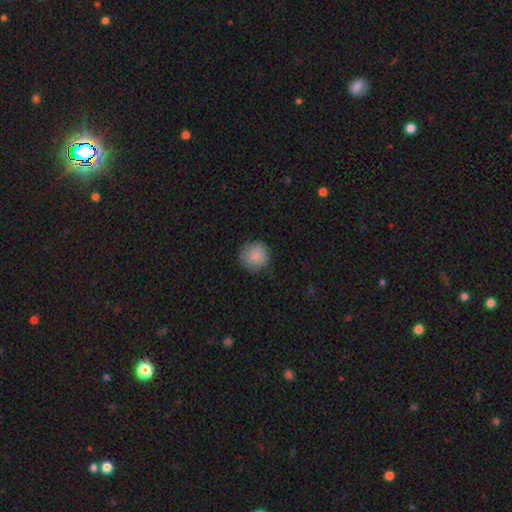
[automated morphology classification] A smooth galaxy with no disk features (86%) that is round (93%). Merging: none (81%).